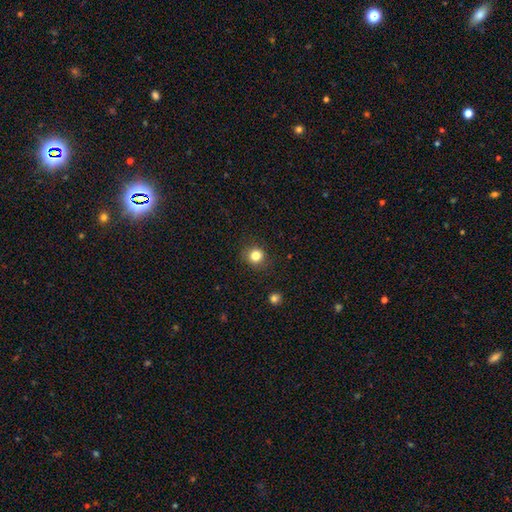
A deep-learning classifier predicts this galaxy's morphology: Smooth or featured? Predicted: smooth (p=0.83). How rounded? Predicted: round (p=0.91). Merging? Predicted: none (p=0.89).